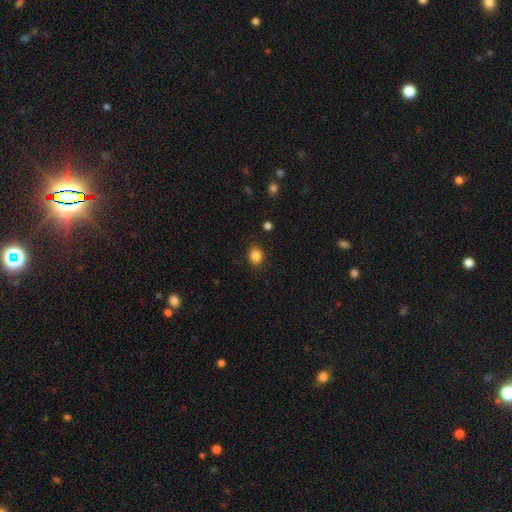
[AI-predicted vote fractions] Smooth or featured? smooth (86%)
How rounded? round (54%)
Merging? none (88%)